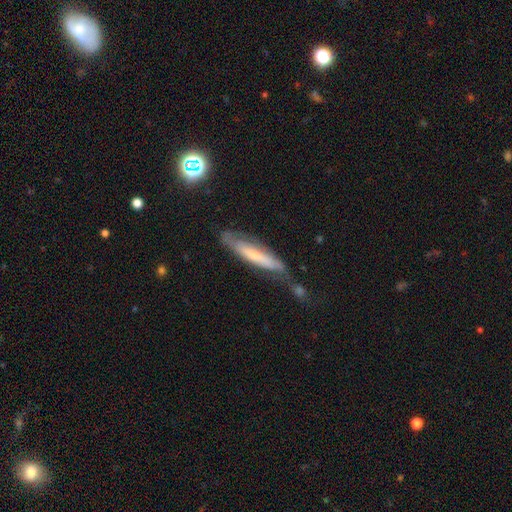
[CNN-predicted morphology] Smooth or featured: smooth — 48% (featured or disk — 45%)
Merging: none — 50% (minor disturbance — 27%)